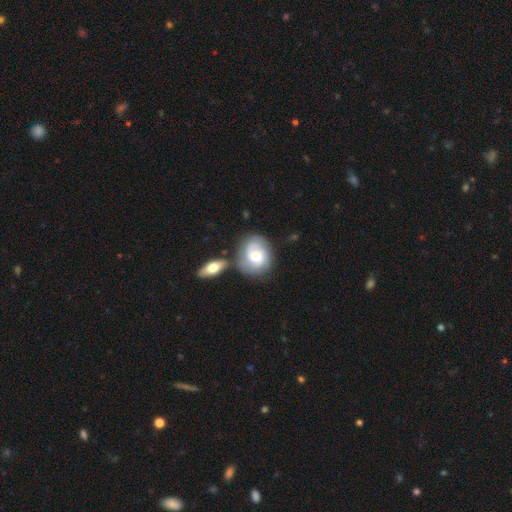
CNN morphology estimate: Overall: featured or disk (66%; smooth 28%). Edge-on disk: no (97%). Bar: no (67%; weak 29%). Spiral arms: yes (90%). Spiral arm count: 2 (60%; can't tell 20%). Spiral winding: tight (49%; medium 38%). Bulge size: moderate (57%; small 27%). Merging: none (56%; merger 20%).